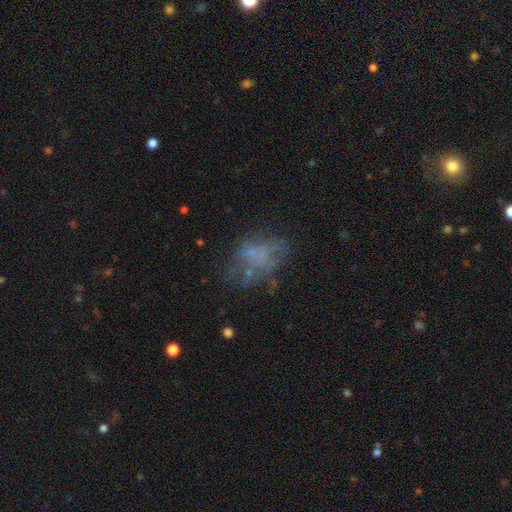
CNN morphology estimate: Smooth or featured?
  - featured or disk: 47% *
  - smooth: 32%
  - star or artifact: 21%
Merging?
  - none: 49% *
  - major disturbance: 25%
  - minor disturbance: 19%
  - merger: 7%